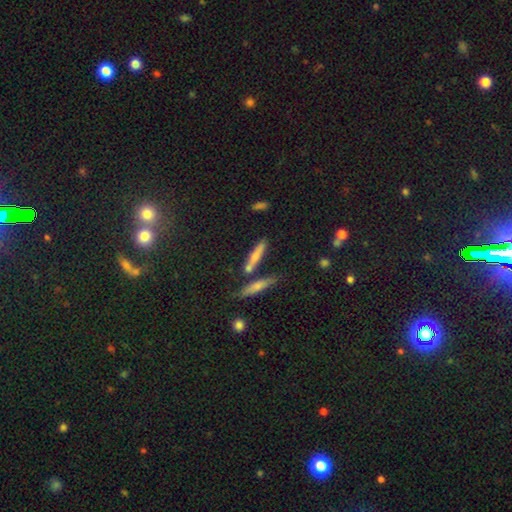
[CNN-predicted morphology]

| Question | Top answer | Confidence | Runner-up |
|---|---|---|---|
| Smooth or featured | smooth | 63% | featured or disk (27%) |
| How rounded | cigar-shaped | 83% | in between (14%) |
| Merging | none | 68% | merger (17%) |